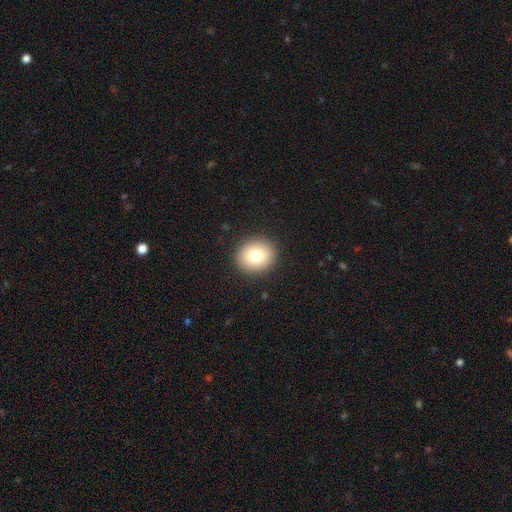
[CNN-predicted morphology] A smooth galaxy with no disk features (79%) that is round (77%).

Vote fractions:
- Smooth or featured? smooth: 79% / featured or disk: 11% / star or artifact: 10%
- How rounded? round: 77% / in between: 22% / cigar-shaped: 1%
- Merging? none: 91% / minor disturbance: 6% / major disturbance: 2% / merger: 1%